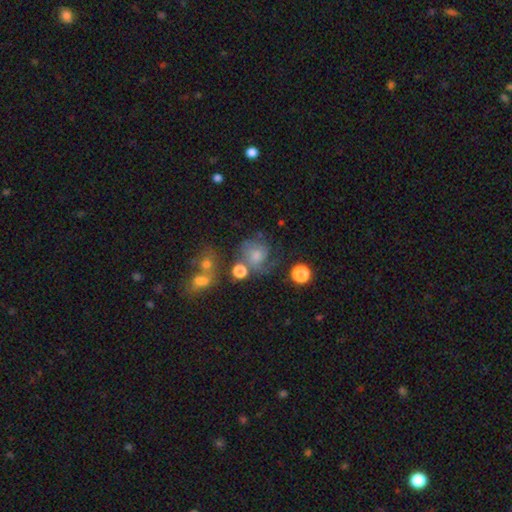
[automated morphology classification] Smooth or featured?
  - smooth: 49% *
  - featured or disk: 38%
  - star or artifact: 13%
Merging?
  - none: 43% *
  - major disturbance: 23%
  - minor disturbance: 21%
  - merger: 13%